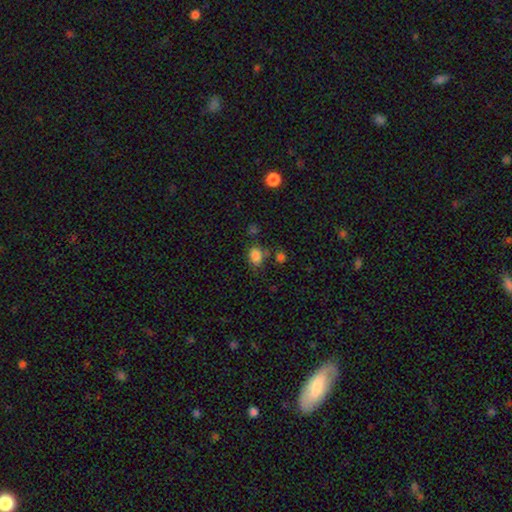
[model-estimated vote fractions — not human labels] smooth_or_featured: smooth (p=0.82) [alt: star or artifact p=0.12]
how_rounded: in between (p=0.73) [alt: round p=0.25]
merging: none (p=0.61) [alt: minor disturbance p=0.20]